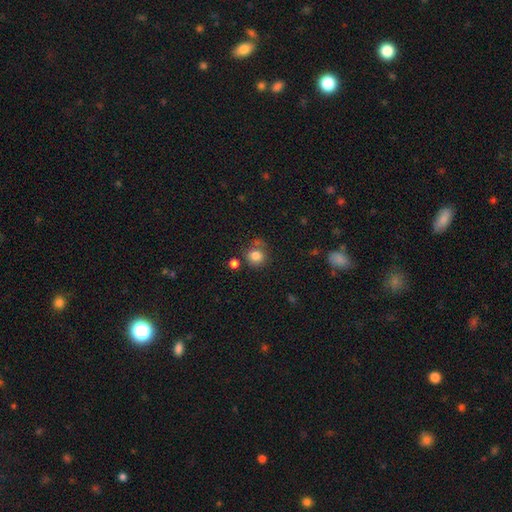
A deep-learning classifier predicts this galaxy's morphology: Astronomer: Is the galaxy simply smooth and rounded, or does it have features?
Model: smooth — 82%.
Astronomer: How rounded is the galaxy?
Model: round — 84%.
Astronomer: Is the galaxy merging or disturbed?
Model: none — 65%.